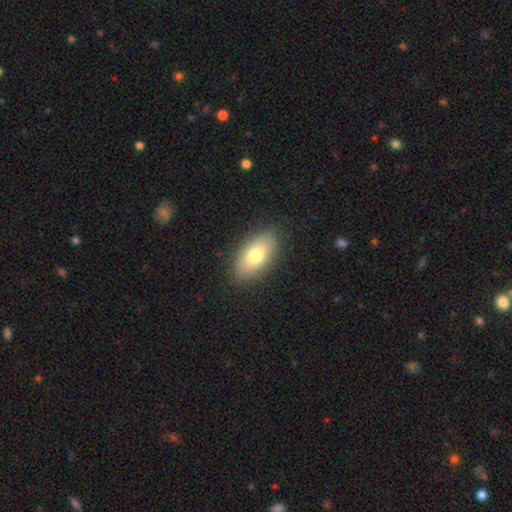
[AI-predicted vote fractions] A smooth galaxy with no disk features (74%) that is in between round and cigar-shaped (91%).

Vote fractions:
- Smooth or featured? smooth: 74% / featured or disk: 18% / star or artifact: 8%
- How rounded? in between: 91% / cigar-shaped: 5% / round: 4%
- Merging? none: 86% / minor disturbance: 10% / major disturbance: 3% / merger: 1%